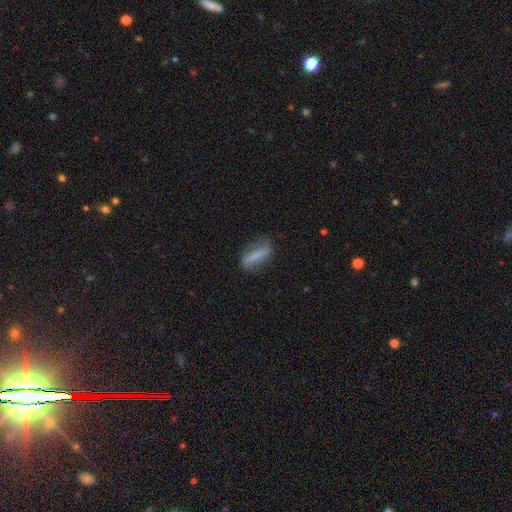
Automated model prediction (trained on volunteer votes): Smooth or featured?
  - smooth: 49% *
  - featured or disk: 42%
  - star or artifact: 8%
Merging?
  - none: 70% *
  - minor disturbance: 20%
  - major disturbance: 7%
  - merger: 2%